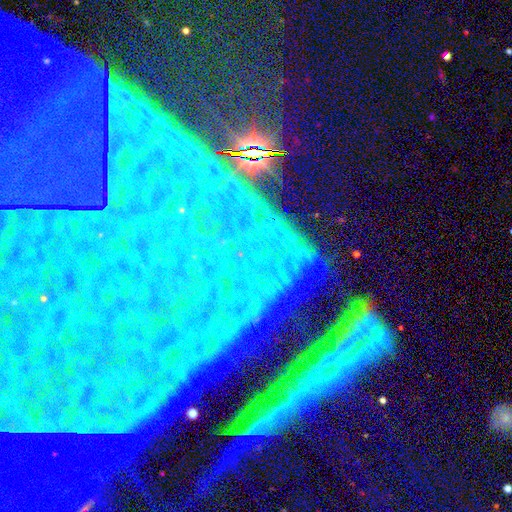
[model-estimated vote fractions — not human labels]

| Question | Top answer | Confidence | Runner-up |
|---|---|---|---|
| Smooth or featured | star or artifact | 83% | featured or disk (9%) |